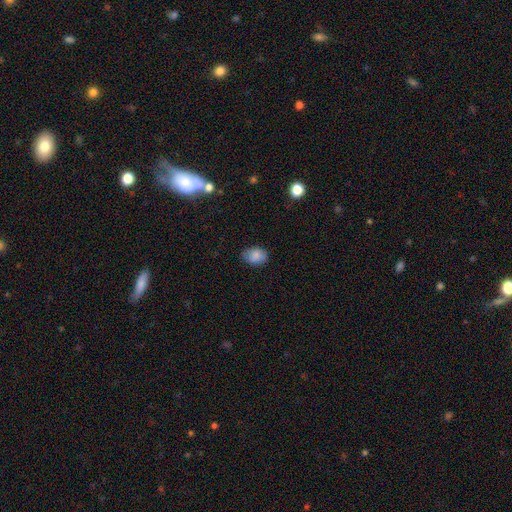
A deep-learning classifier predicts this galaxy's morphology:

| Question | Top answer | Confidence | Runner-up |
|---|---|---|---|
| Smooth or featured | smooth | 83% | star or artifact (9%) |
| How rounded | in between | 75% | round (24%) |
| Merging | none | 76% | minor disturbance (19%) |